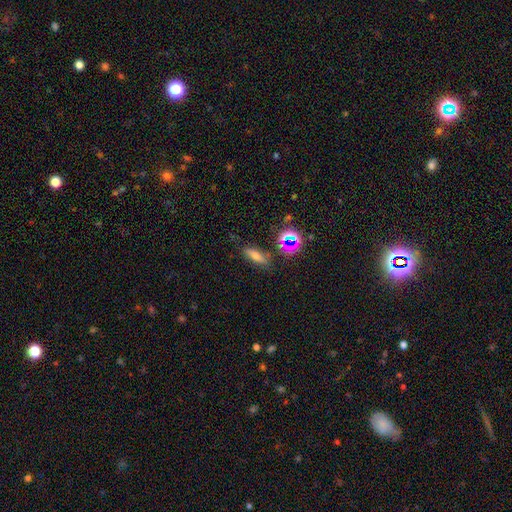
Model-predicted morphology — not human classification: The model was most divided on "how rounded": in between: 49%, cigar-shaped: 43%, round: 8%. More confident: merging — none (76%); smooth or featured — smooth (61%).